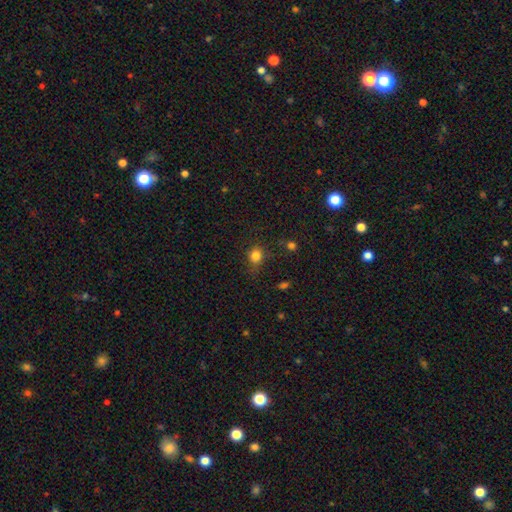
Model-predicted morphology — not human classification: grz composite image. It shows a smooth galaxy with no disk features (81%) that is round (77%). Merging: none (70%).